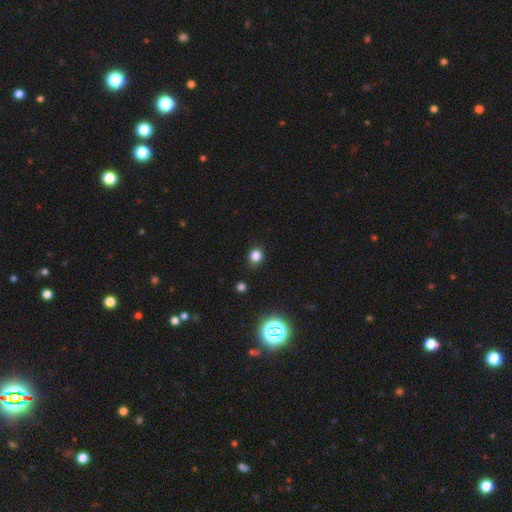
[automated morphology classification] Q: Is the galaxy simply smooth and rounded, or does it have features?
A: smooth — 81%.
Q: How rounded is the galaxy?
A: round — 83%.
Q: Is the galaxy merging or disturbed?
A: none — 83%.